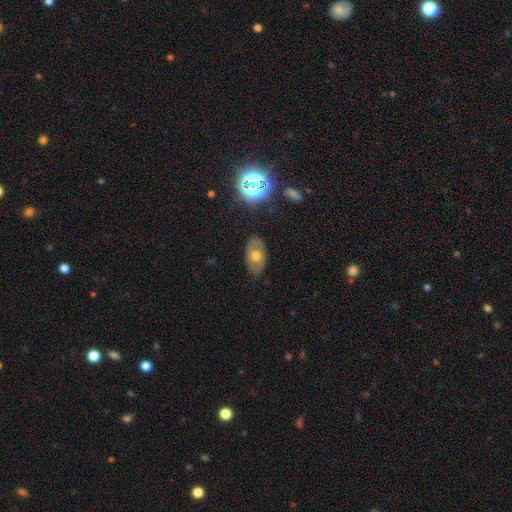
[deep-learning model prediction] Morphology: type=smooth (50%); merging=none (80%).